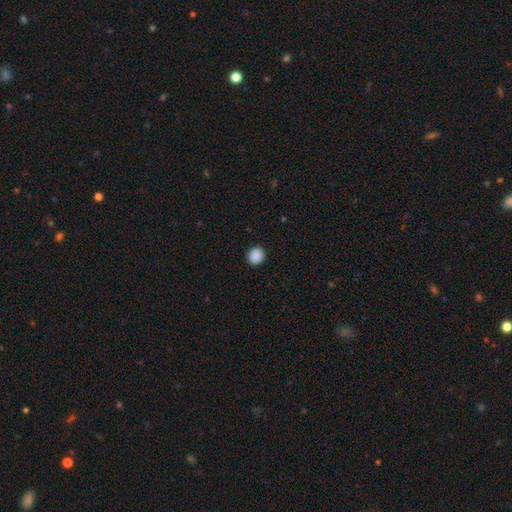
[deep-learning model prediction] smooth_or_featured: smooth (p=0.89) [alt: star or artifact p=0.09]
how_rounded: round (p=0.85) [alt: in between p=0.14]
merging: none (p=0.92) [alt: minor disturbance p=0.05]